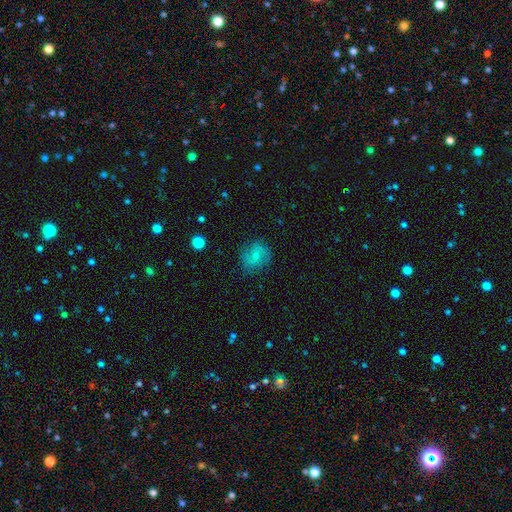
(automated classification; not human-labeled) smooth_or_featured: smooth (p=0.53) [alt: featured or disk p=0.37]
how_rounded: round (p=0.74) [alt: in between p=0.24]
merging: none (p=0.74) [alt: minor disturbance p=0.18]